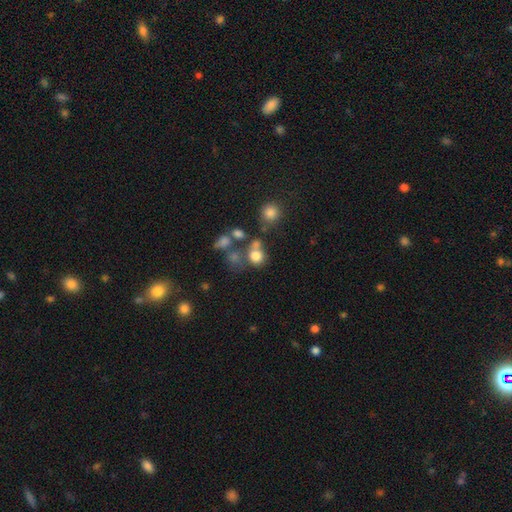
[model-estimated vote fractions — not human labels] A smooth galaxy with no disk features (72%) that is round (76%). Merging: none (46%).